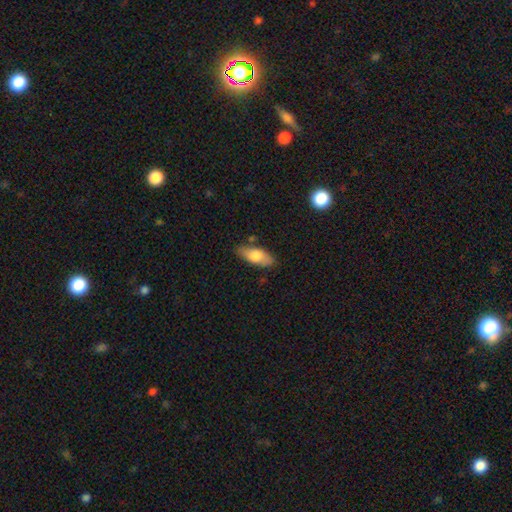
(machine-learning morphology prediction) smooth 73%, featured or disk 21%, star or artifact 6%. Down the decision tree: how rounded — in between (79%); merging — none (77%).